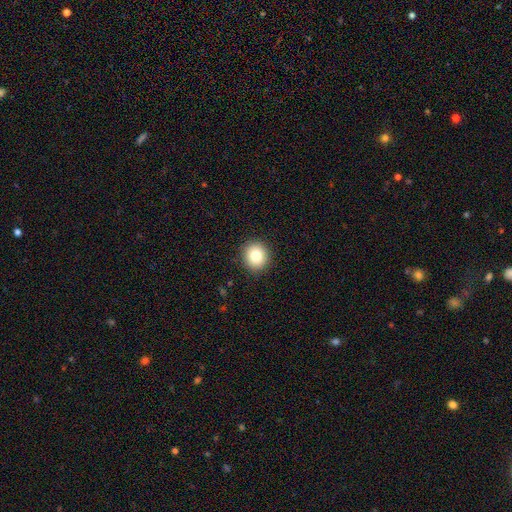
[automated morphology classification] Q: Smooth or featured?
A: smooth (82%); runner-up: star or artifact (10%)
Q: How rounded?
A: round (87%); runner-up: in between (12%)
Q: Merging?
A: none (91%); runner-up: minor disturbance (6%)